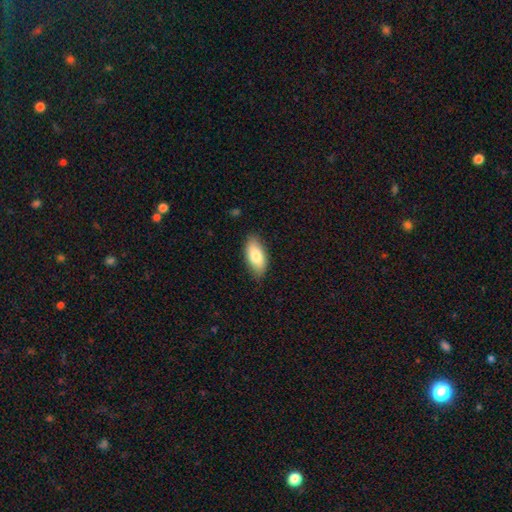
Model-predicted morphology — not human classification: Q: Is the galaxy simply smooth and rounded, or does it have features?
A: smooth — 79%.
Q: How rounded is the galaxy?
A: in between — 90%.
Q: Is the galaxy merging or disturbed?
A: none — 82%.